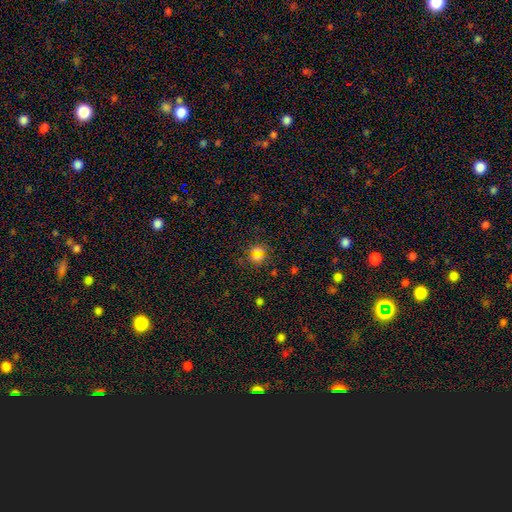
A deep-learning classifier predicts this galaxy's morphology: This is possibly a smooth galaxy (51%). How rounded: clearly round (81%). Merging: likely none (74%).